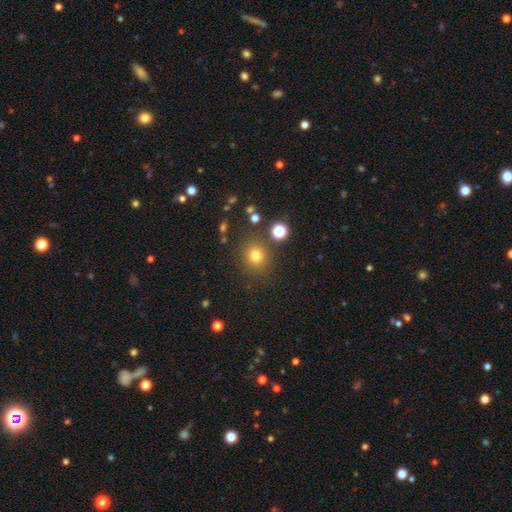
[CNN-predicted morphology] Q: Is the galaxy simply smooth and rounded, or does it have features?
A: smooth — 76%.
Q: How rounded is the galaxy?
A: round — 83%.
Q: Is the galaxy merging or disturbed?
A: none — 83%.